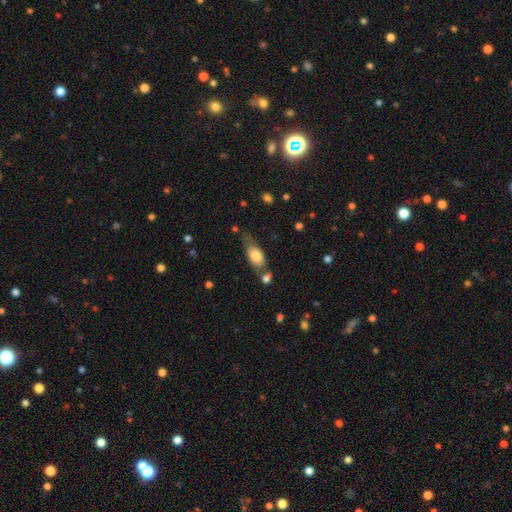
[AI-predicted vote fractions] smooth 76%, featured or disk 17%, star or artifact 7%. Down the decision tree: how rounded — in between (84%); merging — none (44%).